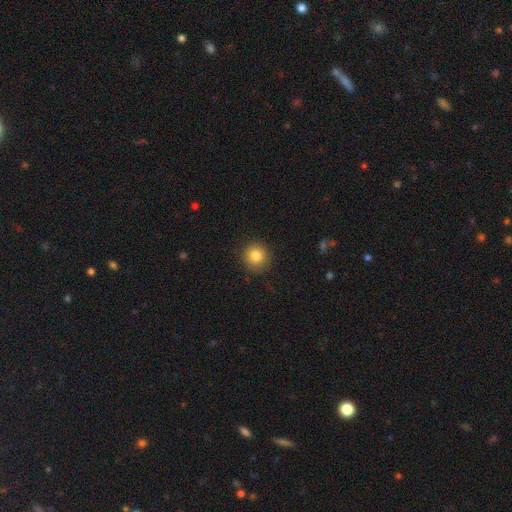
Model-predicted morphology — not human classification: A smooth galaxy with no disk features (83%) that is round (94%).

Vote fractions:
- Smooth or featured? smooth: 83% / star or artifact: 10% / featured or disk: 7%
- How rounded? round: 94% / in between: 5% / cigar-shaped: 1%
- Merging? none: 90% / minor disturbance: 7% / major disturbance: 2% / merger: 1%